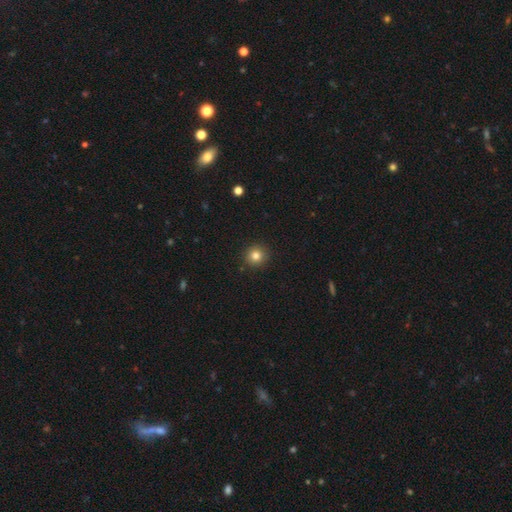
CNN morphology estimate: type=smooth (82%); roundness=round (94%); merging=none (92%).